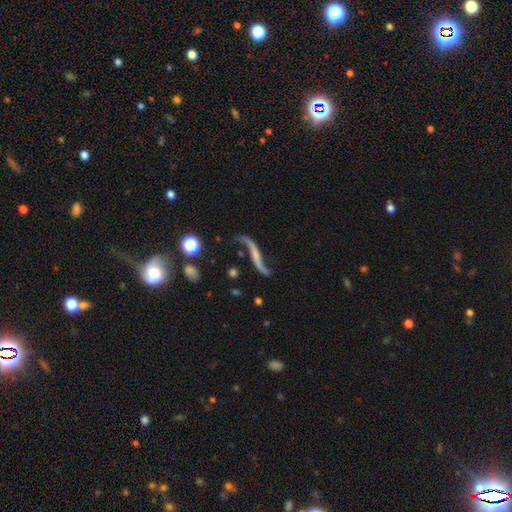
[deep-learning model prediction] The model was most divided on "bulge size": none: 49%, small: 36%, moderate: 11%, large: 2%, dominant: 2%. Remaining: spiral winding — loose (95%); spiral arms — yes (92%); spiral arm count — 2 (92%); smooth or featured — featured or disk (84%); edge-on disk — no (84%); merging — none (63%); bar — no (48%).